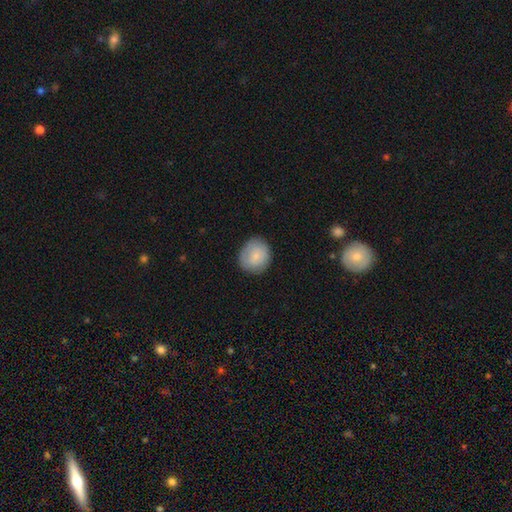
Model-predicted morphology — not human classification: Smooth or featured? Predicted: smooth (p=0.79). How rounded? Predicted: round (p=0.79). Merging? Predicted: none (p=0.83).